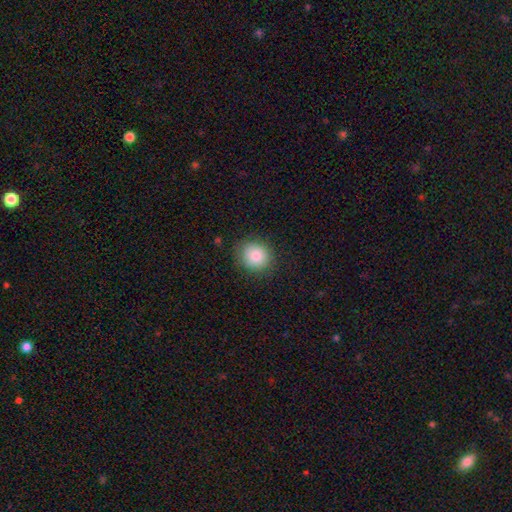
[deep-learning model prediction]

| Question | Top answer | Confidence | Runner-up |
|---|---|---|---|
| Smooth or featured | smooth | 84% | star or artifact (9%) |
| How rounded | round | 79% | in between (20%) |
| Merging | none | 85% | minor disturbance (11%) |